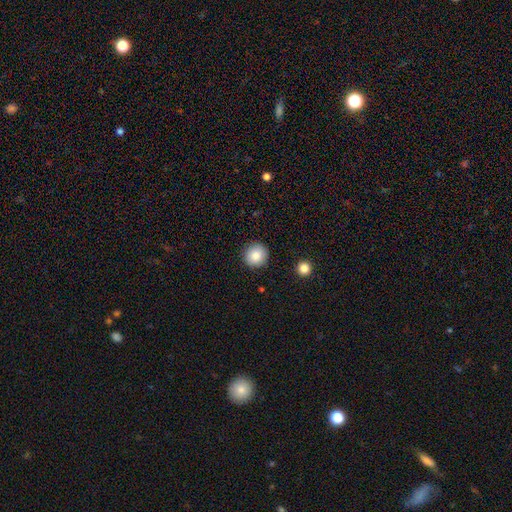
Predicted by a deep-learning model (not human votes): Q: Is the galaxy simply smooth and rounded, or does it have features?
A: smooth — 85%.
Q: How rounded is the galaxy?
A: round — 92%.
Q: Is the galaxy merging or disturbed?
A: none — 91%.